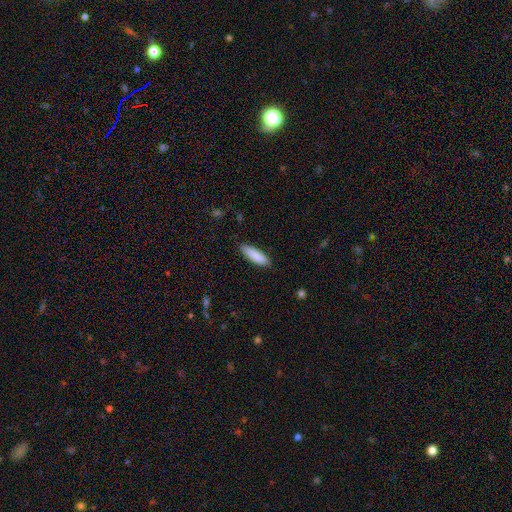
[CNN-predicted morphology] This appears to be a smooth galaxy with no disk features (88%) that is cigar-shaped (61%). Merging: none (87%).